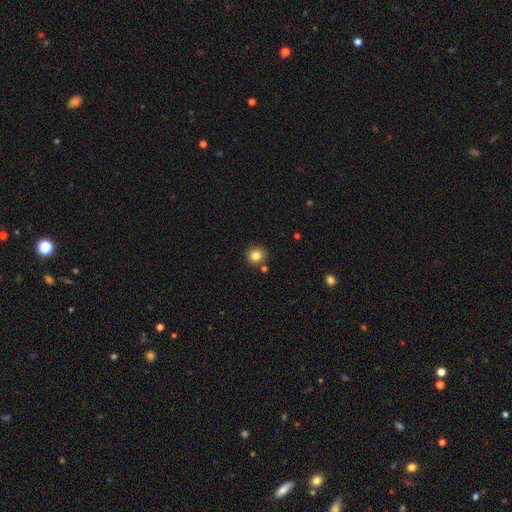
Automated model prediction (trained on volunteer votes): This is clearly a smooth galaxy (83%). How rounded: clearly round (91%). Merging: clearly none (85%).